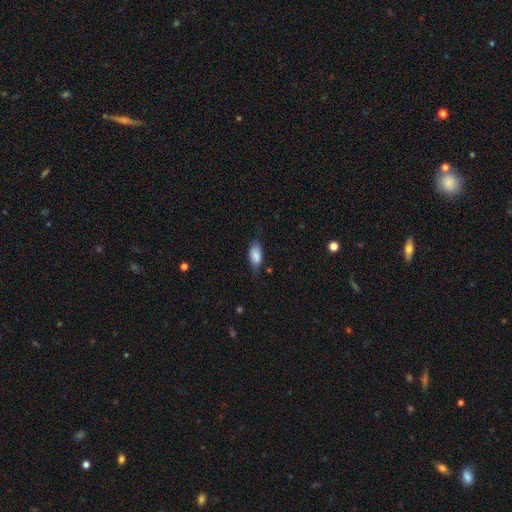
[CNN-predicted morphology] smooth-or-featured: smooth: 80% | featured or disk: 13% | star or artifact: 7%
  how-rounded: in between: 87% | cigar-shaped: 9% | round: 4%
  merging: none: 55% | minor disturbance: 32% | major disturbance: 11% | merger: 2%